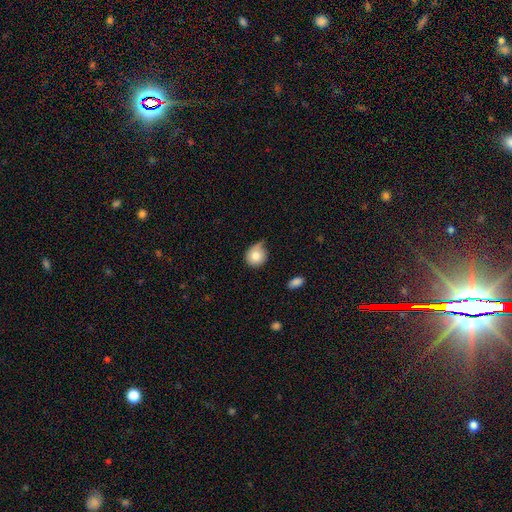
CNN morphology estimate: A smooth galaxy with no disk features (79%) that is round (84%).

Vote fractions:
- Smooth or featured? smooth: 79% / featured or disk: 13% / star or artifact: 8%
- How rounded? round: 84% / in between: 15% / cigar-shaped: 1%
- Merging? none: 48% / minor disturbance: 37% / major disturbance: 12% / merger: 3%